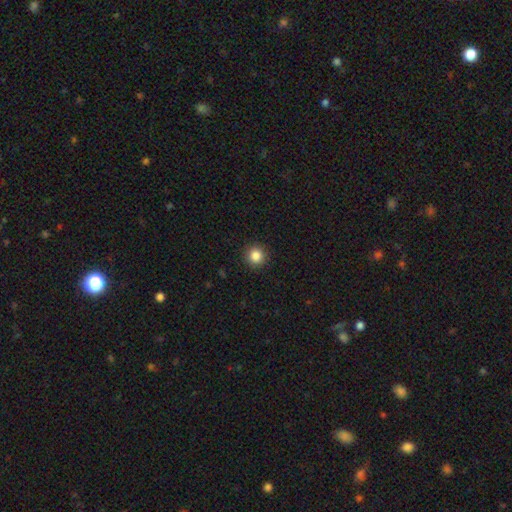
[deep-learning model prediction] A smooth galaxy with no disk features (85%) that is round (94%). Merging: none (92%).